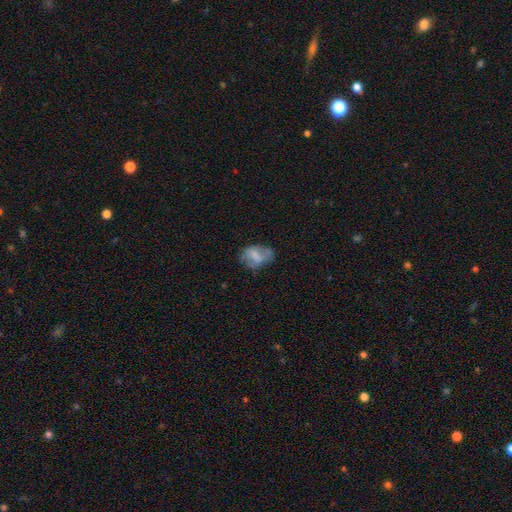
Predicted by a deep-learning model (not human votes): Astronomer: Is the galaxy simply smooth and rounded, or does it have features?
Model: smooth — 54% (runner-up: featured or disk, 37%).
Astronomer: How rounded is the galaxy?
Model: in between — 75%.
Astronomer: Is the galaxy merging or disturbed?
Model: none — 45% (runner-up: minor disturbance, 30%).